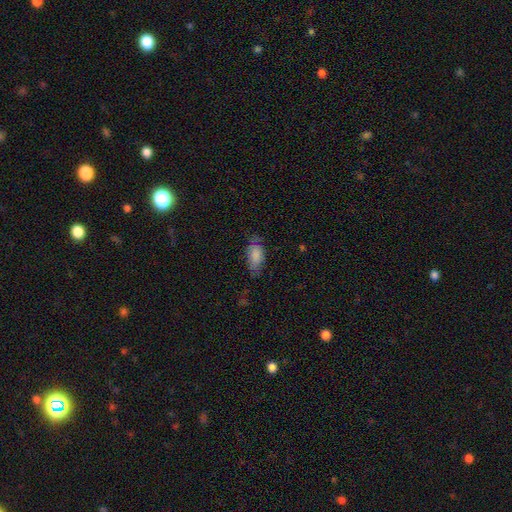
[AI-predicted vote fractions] This is likely a smooth galaxy (80%). How rounded: clearly in between (89%). Merging: possibly none (57%).